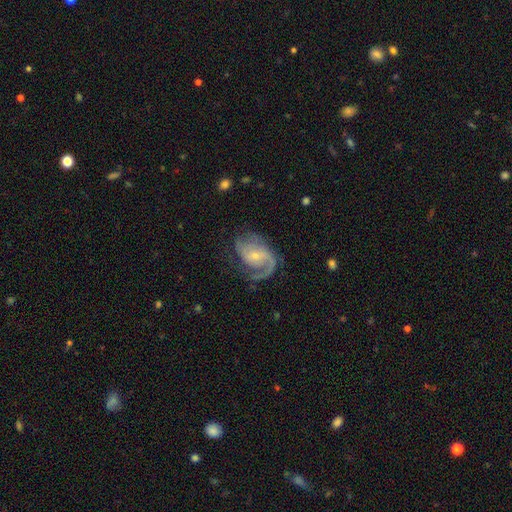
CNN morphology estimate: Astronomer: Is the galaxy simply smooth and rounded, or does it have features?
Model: featured or disk — 84%.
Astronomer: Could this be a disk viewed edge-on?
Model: no — 97%.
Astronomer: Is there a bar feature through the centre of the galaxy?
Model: no — 53% (runner-up: weak, 37%).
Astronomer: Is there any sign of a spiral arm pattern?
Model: yes — 95%.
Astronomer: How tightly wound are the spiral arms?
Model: medium — 46% (runner-up: loose, 29%).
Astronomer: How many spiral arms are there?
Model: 2 — 46% (runner-up: 1, 35%).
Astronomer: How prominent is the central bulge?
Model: small — 71%.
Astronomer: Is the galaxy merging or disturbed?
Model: none — 56%.